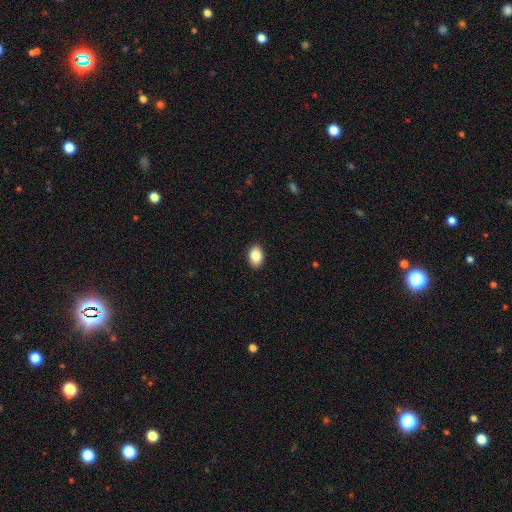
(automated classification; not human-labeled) Overall: smooth (86%). How rounded: in between (83%). Merging: none (91%).